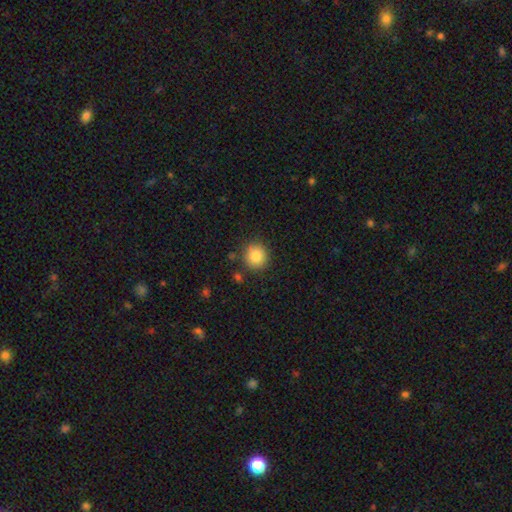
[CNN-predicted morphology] This is clearly a smooth galaxy (84%). How rounded: clearly round (91%). Merging: clearly none (86%).